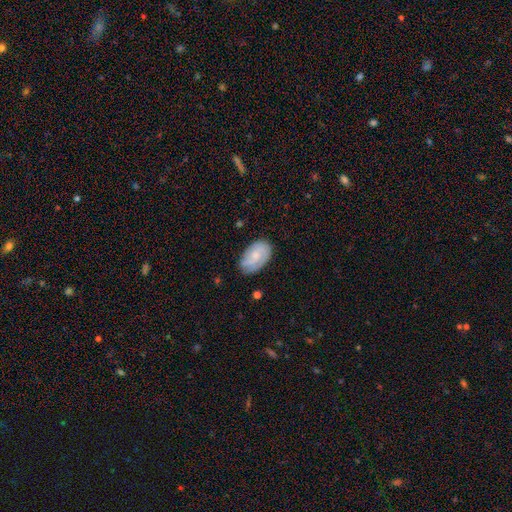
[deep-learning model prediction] smooth-or-featured: featured or disk: 49% | smooth: 44% | star or artifact: 7%
  merging: none: 72% | minor disturbance: 22% | major disturbance: 5% | merger: 1%